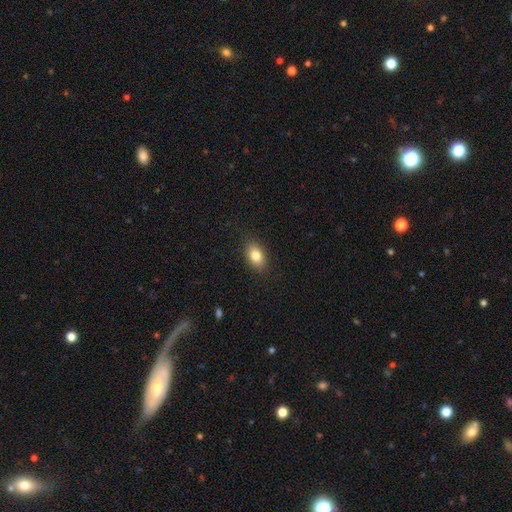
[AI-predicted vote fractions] This is clearly a smooth galaxy (83%). How rounded: clearly in between (82%). Merging: clearly none (86%).